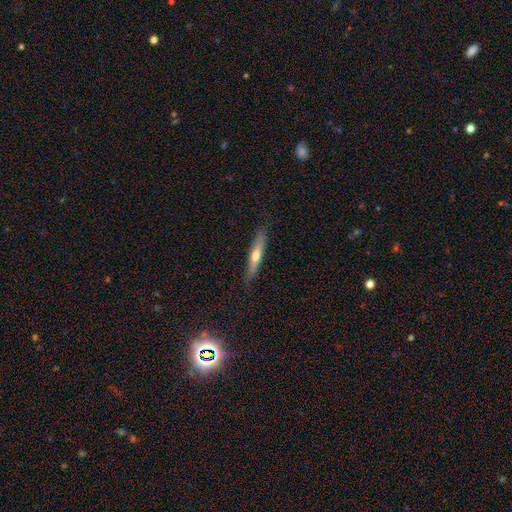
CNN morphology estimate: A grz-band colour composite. It shows a smooth galaxy with no disk features (49%). Merging: none (84%).